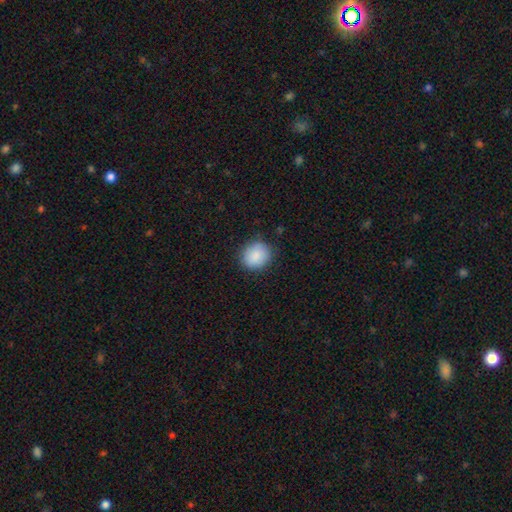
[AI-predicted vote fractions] Smooth or featured?
  - smooth: 89% *
  - star or artifact: 7%
  - featured or disk: 4%
How rounded?
  - round: 77% *
  - in between: 22%
  - cigar-shaped: 1%
Merging?
  - none: 84% *
  - minor disturbance: 12%
  - major disturbance: 3%
  - merger: 1%